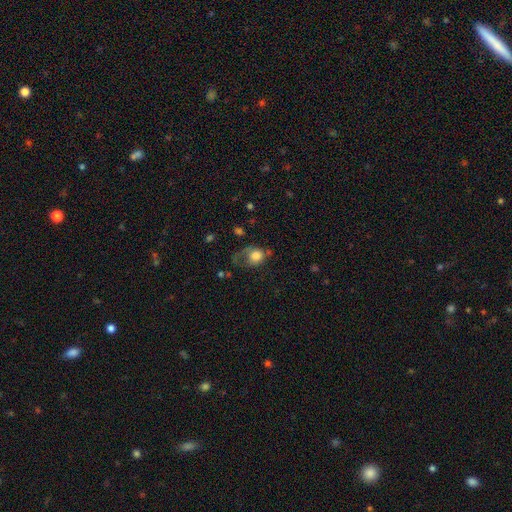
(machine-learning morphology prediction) This appears to be a smooth galaxy with no disk features (72%) that is round (57%). Merging: major disturbance (44%).